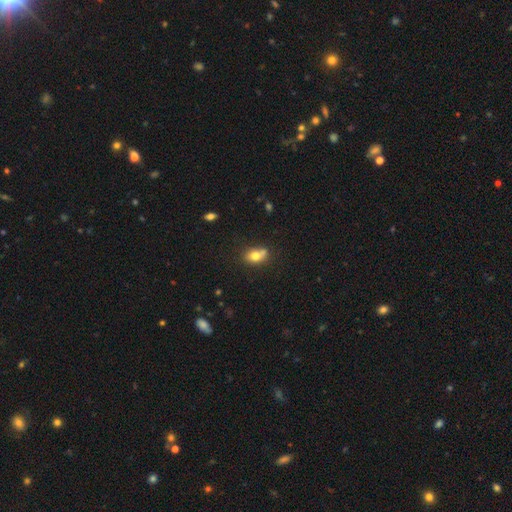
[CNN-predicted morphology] Smooth or featured: smooth — 75% (featured or disk — 15%)
How rounded: in between — 67% (round — 31%)
Merging: none — 47% (merger — 30%)